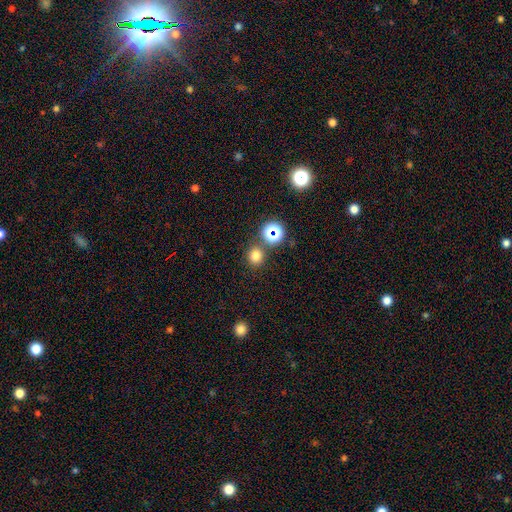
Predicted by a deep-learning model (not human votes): Morphology: type=smooth (74%); roundness=round (88%); merging=none (79%).